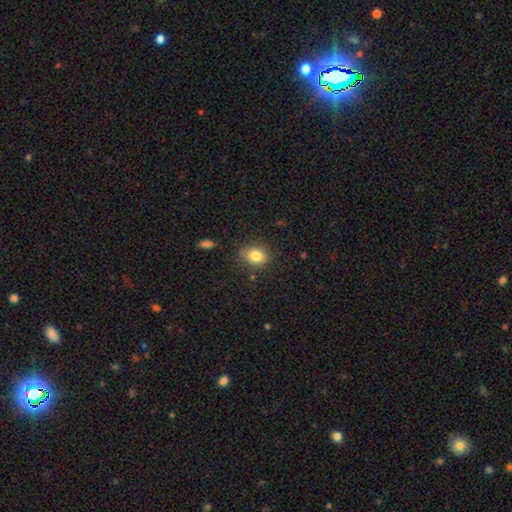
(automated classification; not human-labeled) Morphology: type=smooth (82%); roundness=round (52%); merging=none (79%).